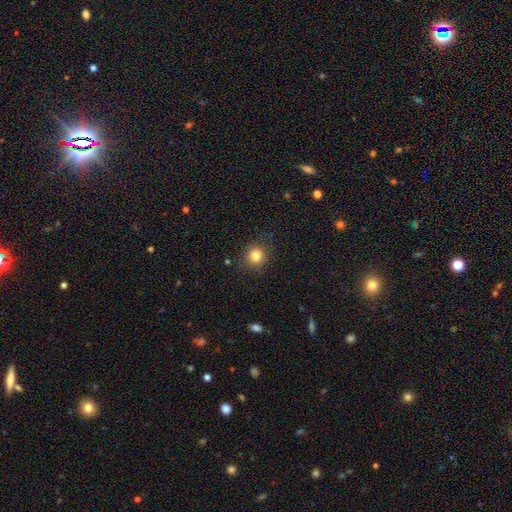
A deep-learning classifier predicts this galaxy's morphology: A smooth galaxy with no disk features (82%) that is round (86%). Merging: none (85%).